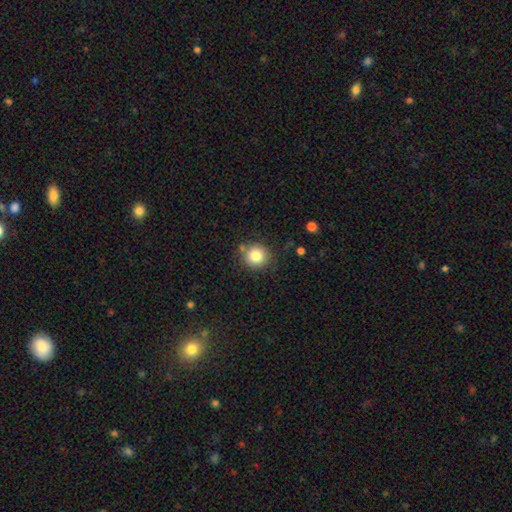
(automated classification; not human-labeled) Smooth or featured?
  - smooth: 81% *
  - star or artifact: 11%
  - featured or disk: 8%
How rounded?
  - round: 92% *
  - in between: 7%
  - cigar-shaped: 1%
Merging?
  - none: 81% *
  - minor disturbance: 11%
  - merger: 4%
  - major disturbance: 3%